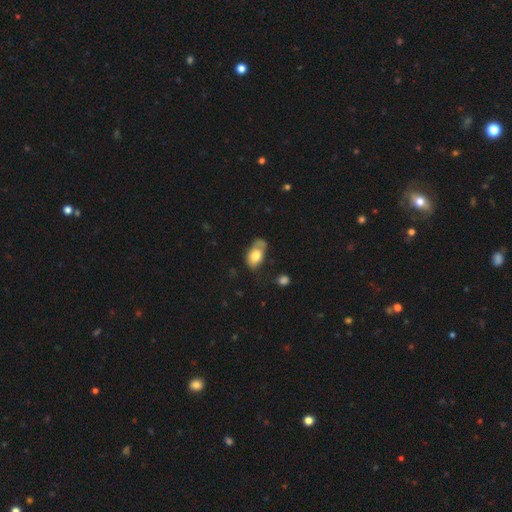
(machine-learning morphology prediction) This is likely a smooth galaxy (75%). How rounded: clearly in between (89%). Merging: marginally none (38%).